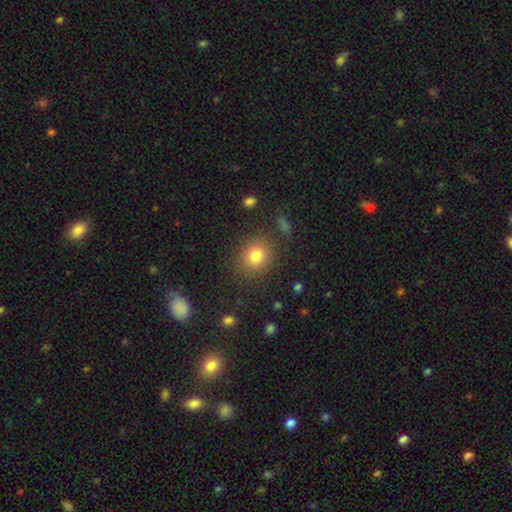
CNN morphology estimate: smooth_or_featured: smooth (p=0.80) [alt: star or artifact p=0.13]
how_rounded: round (p=0.77) [alt: in between p=0.22]
merging: none (p=0.84) [alt: minor disturbance p=0.09]